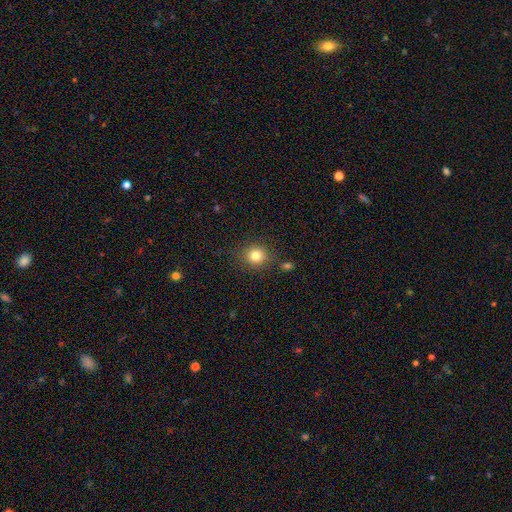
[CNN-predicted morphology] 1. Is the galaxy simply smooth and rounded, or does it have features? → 81% smooth, 12% star or artifact, 7% featured or disk.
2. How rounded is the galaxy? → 85% round, 14% in between, 1% cigar-shaped.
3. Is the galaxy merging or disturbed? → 82% none, 10% minor disturbance, 4% merger, 3% major disturbance.